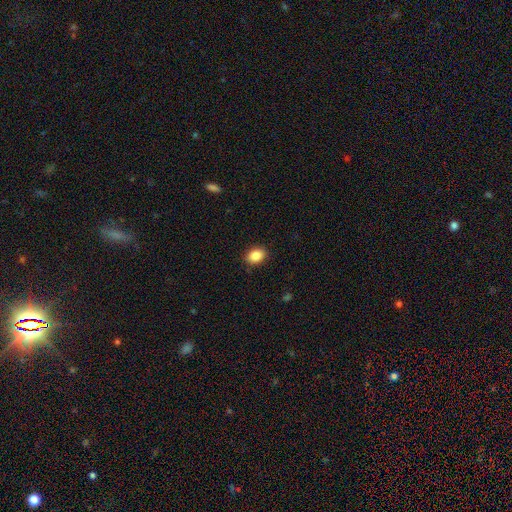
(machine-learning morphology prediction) This is clearly a smooth galaxy (88%). How rounded: likely in between (73%). Merging: clearly none (88%).